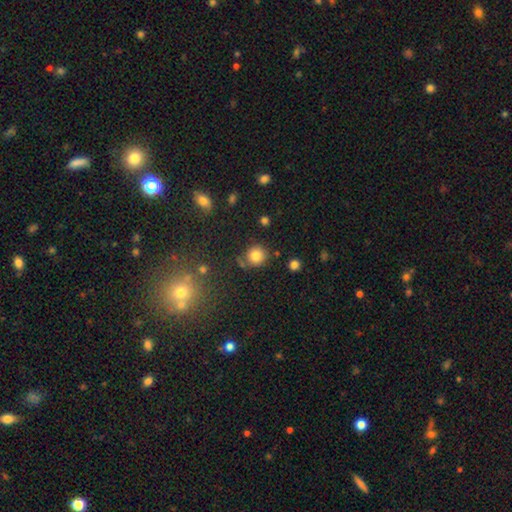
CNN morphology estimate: Smooth or featured: smooth — 82% (star or artifact — 12%)
How rounded: round — 91% (in between — 8%)
Merging: none — 77% (minor disturbance — 12%)